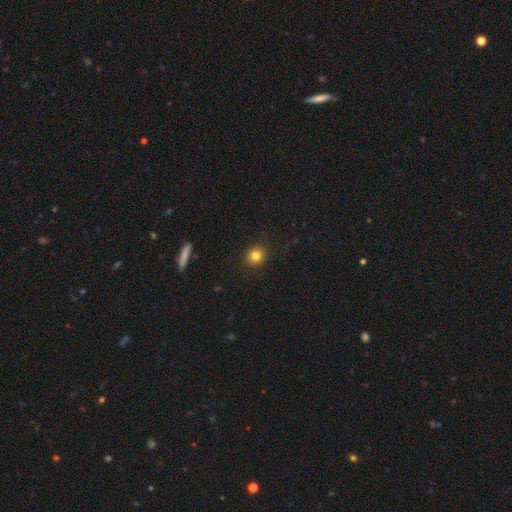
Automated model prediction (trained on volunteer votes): Morphology: type=smooth (81%); roundness=round (85%); merging=none (91%).